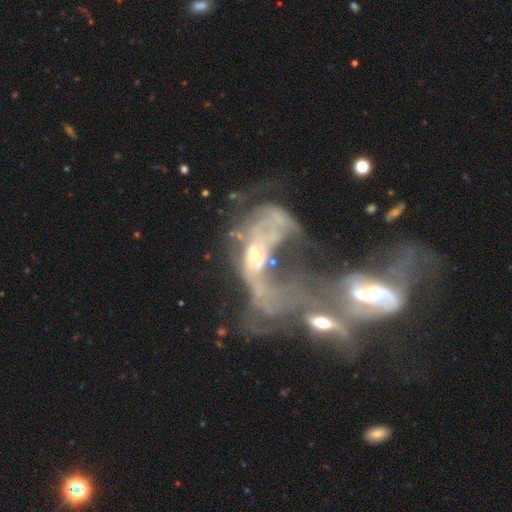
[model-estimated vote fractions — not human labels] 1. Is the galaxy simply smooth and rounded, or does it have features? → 70% featured or disk, 16% star or artifact, 13% smooth.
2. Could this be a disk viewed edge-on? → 95% no, 5% yes.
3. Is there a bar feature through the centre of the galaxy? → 73% no, 19% weak, 8% strong.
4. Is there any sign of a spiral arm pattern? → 55% no, 45% yes.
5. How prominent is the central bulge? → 37% moderate, 35% small, 20% none, 5% large, 2% dominant.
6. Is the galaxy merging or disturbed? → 71% merger, 21% major disturbance, 5% none, 4% minor disturbance.